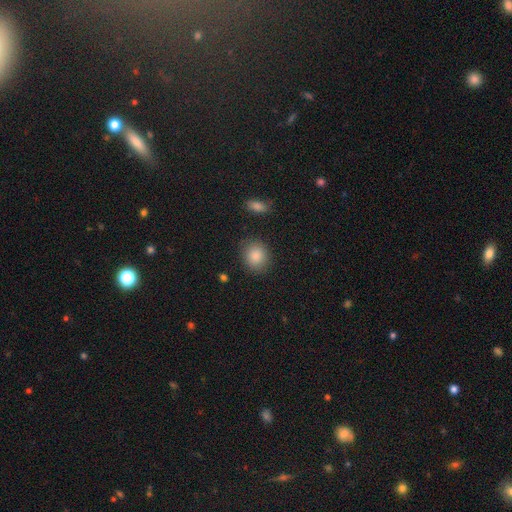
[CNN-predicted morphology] A smooth galaxy with no disk features (88%) that is round (72%). Merging: none (86%).